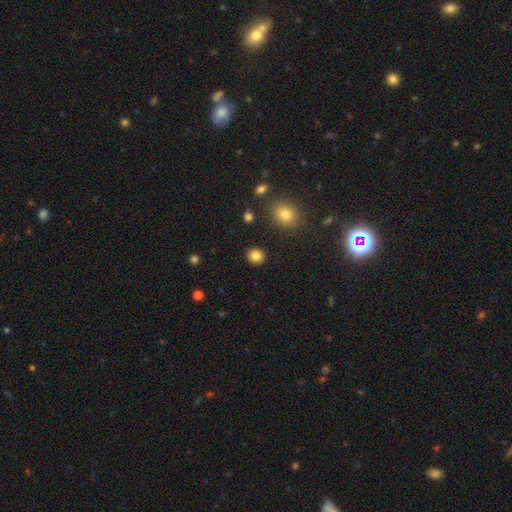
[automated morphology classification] A smooth galaxy with no disk features (85%) that is round (86%).

Vote fractions:
- Smooth or featured? smooth: 85% / star or artifact: 11% / featured or disk: 4%
- How rounded? round: 86% / in between: 13% / cigar-shaped: 1%
- Merging? none: 91% / minor disturbance: 5% / major disturbance: 2% / merger: 2%